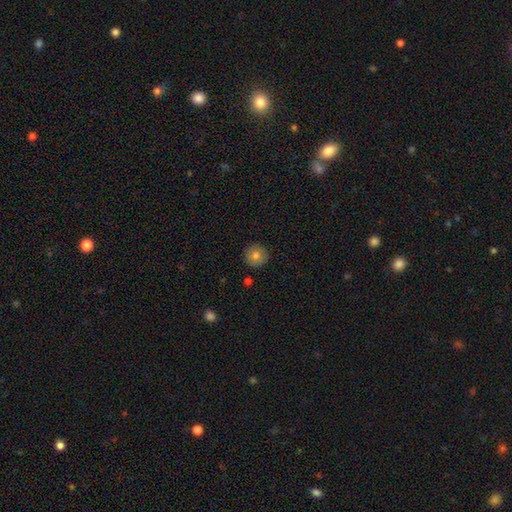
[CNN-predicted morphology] This is likely a smooth galaxy (79%). How rounded: clearly round (95%). Merging: clearly none (90%).